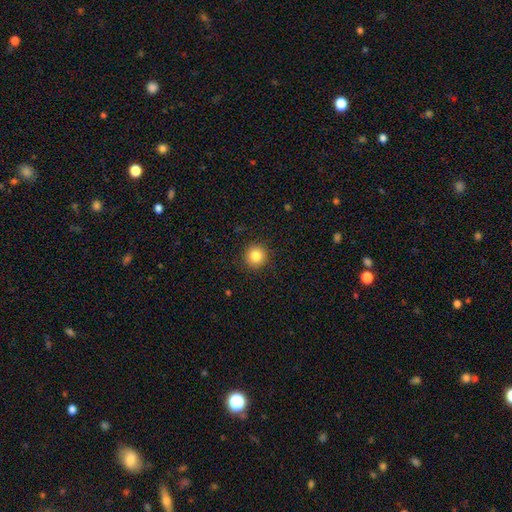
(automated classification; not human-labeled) smooth-or-featured: smooth: 83% | star or artifact: 10% | featured or disk: 6%
  how-rounded: round: 94% | in between: 5% | cigar-shaped: 1%
  merging: none: 92% | minor disturbance: 6% | major disturbance: 2% | merger: 1%